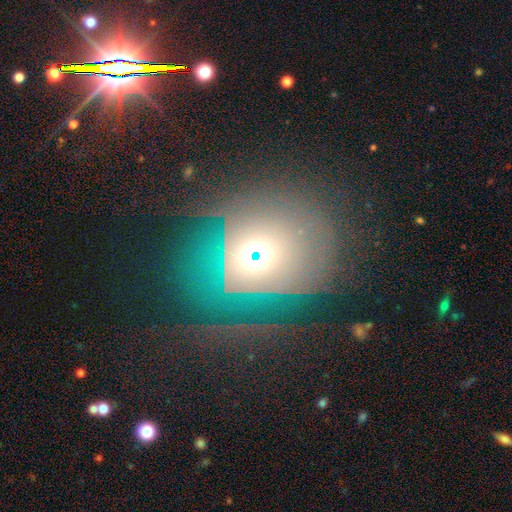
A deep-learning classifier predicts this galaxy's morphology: Smooth or featured: smooth — 40% (featured or disk — 33%)
Merging: none — 48% (major disturbance — 30%)